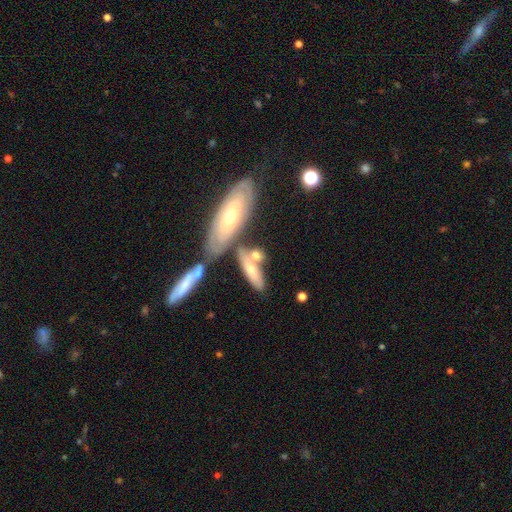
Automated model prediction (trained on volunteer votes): A smooth galaxy with no disk features (55%) that is in between round and cigar-shaped (55%).

Vote fractions:
- Smooth or featured? smooth: 55% / featured or disk: 36% / star or artifact: 8%
- How rounded? in between: 55% / cigar-shaped: 38% / round: 7%
- Merging? none: 43% / merger: 36% / minor disturbance: 15% / major disturbance: 6%